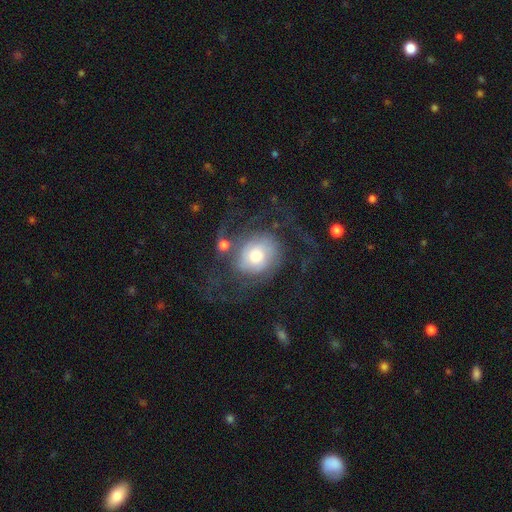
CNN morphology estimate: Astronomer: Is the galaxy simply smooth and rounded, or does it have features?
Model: featured or disk — 72%.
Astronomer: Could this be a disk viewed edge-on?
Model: no — 97%.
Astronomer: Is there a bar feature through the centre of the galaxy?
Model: no — 74%.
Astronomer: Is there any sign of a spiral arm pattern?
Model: yes — 87%.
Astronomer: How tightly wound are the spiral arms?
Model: medium — 40% (runner-up: tight, 30%).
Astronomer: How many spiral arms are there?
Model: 2 — 43% (runner-up: can't tell, 23%).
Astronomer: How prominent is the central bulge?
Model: moderate — 55%.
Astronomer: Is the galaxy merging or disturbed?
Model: none — 54%.